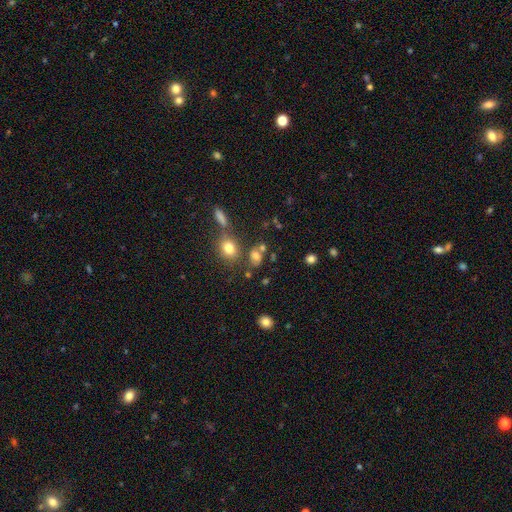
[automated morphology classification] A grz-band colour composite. It shows a smooth galaxy with no disk features (72%) that is in between round and cigar-shaped (58%). Merging: none (58%).